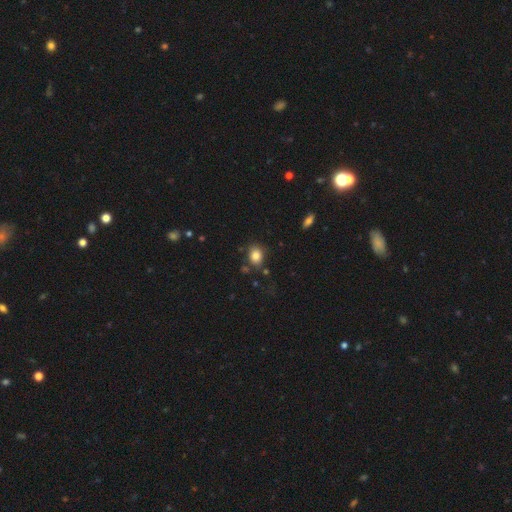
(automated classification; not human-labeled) smooth-or-featured: smooth: 82% | star or artifact: 10% | featured or disk: 7%
  how-rounded: in between: 56% | round: 43% | cigar-shaped: 1%
  merging: none: 78% | minor disturbance: 13% | merger: 5% | major disturbance: 4%